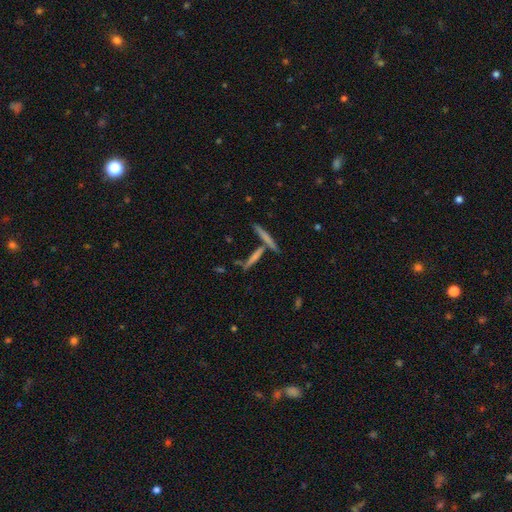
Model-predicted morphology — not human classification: smooth_or_featured: featured or disk (p=0.47) [alt: smooth p=0.38]
merging: none (p=0.65) [alt: merger p=0.22]